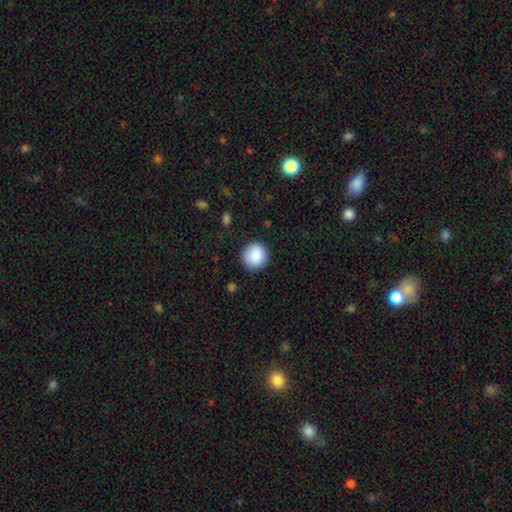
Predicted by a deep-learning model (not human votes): Q: Smooth or featured?
A: smooth (85%); runner-up: star or artifact (8%)
Q: How rounded?
A: round (95%); runner-up: in between (4%)
Q: Merging?
A: none (89%); runner-up: minor disturbance (7%)